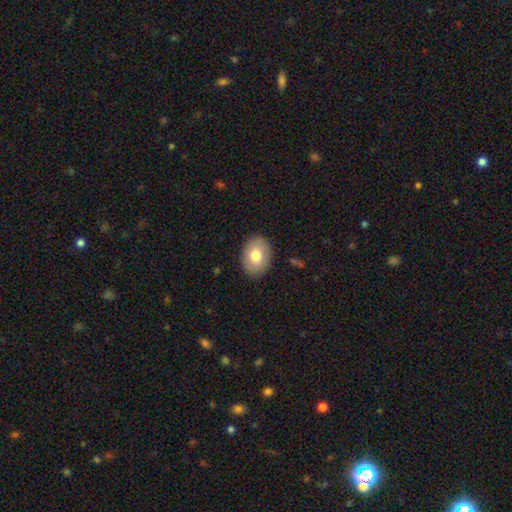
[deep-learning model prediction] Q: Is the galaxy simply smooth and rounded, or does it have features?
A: smooth — 76%.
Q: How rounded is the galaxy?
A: in between — 70%.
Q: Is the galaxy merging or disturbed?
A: none — 87%.